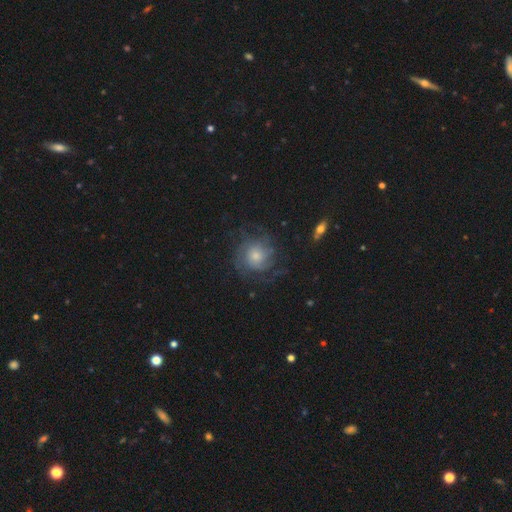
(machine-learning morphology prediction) This is likely a featured or disk galaxy (65%). It is clearly not viewed edge-on (97%). Bar: likely no (79%). Spiral arm pattern: clearly yes (88%). Spiral arm count: marginally can't tell (43%). Spiral winding: possibly tight (50%). Central bulge: possibly moderate (47%). Merging: likely none (66%).